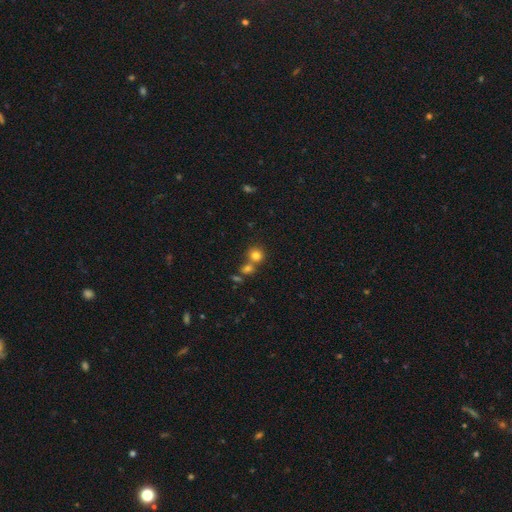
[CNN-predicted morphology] This appears to be a smooth galaxy with no disk features (78%) that is round (86%). Merging: none (55%).